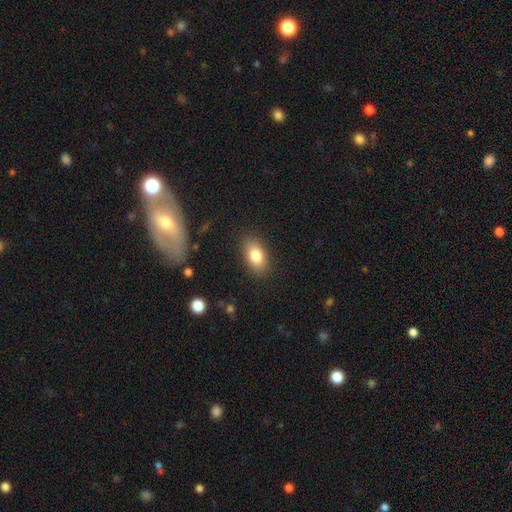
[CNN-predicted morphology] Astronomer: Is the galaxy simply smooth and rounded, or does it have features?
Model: smooth — 82%.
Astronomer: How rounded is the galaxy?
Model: in between — 89%.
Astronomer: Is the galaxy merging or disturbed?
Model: none — 87%.